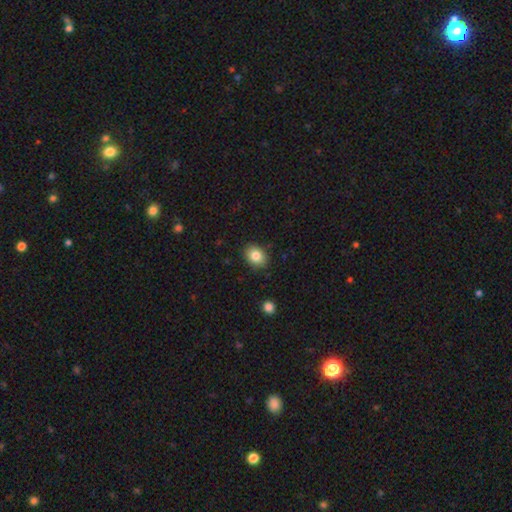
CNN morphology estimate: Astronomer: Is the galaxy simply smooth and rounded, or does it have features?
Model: smooth — 83%.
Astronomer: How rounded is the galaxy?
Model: in between — 60% (runner-up: round, 39%).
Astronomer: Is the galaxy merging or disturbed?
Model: none — 87%.